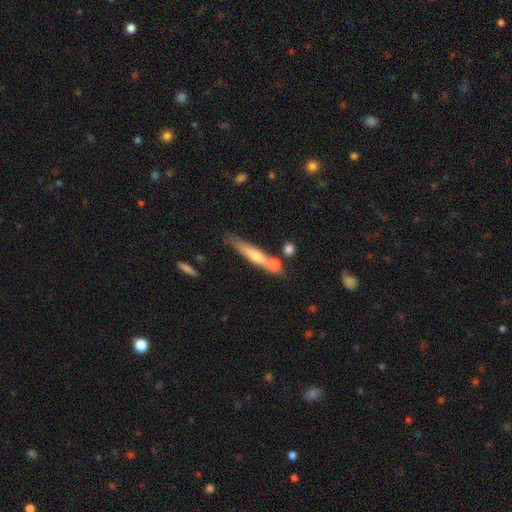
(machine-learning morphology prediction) Smooth or featured?
  - smooth: 47% *
  - featured or disk: 46%
  - star or artifact: 8%
Merging?
  - none: 66% *
  - minor disturbance: 15%
  - merger: 15%
  - major disturbance: 4%